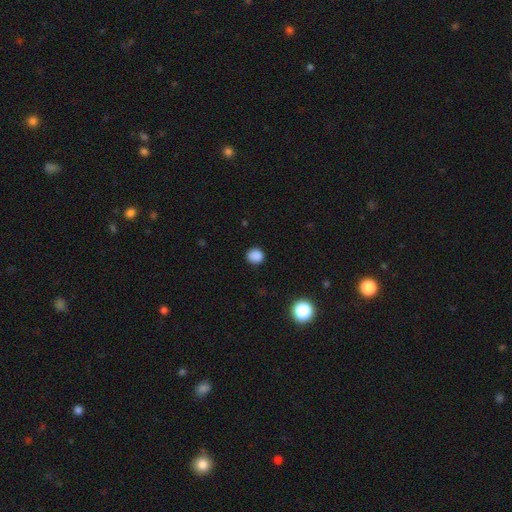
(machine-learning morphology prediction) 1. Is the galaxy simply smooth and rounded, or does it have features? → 85% smooth, 12% star or artifact, 3% featured or disk.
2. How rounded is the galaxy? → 85% round, 14% in between, 1% cigar-shaped.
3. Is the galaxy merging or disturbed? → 88% none, 9% minor disturbance, 2% major disturbance, 1% merger.